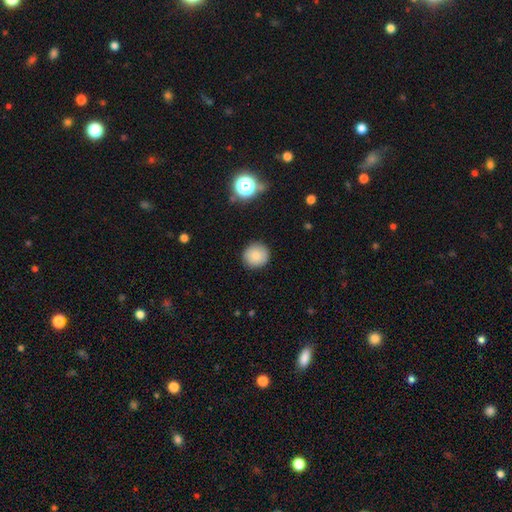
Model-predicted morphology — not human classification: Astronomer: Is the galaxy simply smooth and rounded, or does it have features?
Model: smooth — 83%.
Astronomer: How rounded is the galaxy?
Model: round — 93%.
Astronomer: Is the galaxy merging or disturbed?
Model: none — 89%.